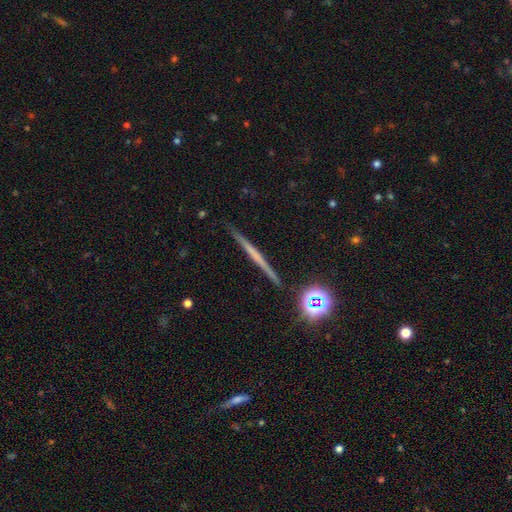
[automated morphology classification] Q: Smooth or featured?
A: featured or disk (54%); runner-up: smooth (34%)
Q: Edge-on disk?
A: yes (97%); runner-up: no (3%)
Q: Edge-on bulge?
A: none (86%); runner-up: rounded (10%)
Q: Merging?
A: none (90%); runner-up: minor disturbance (7%)